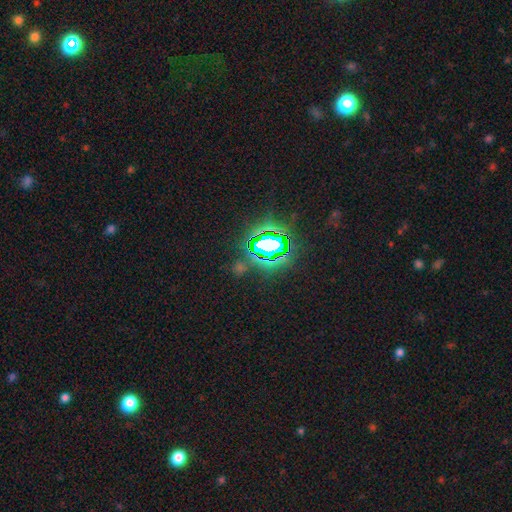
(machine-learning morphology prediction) A star or artifact, not a galaxy (79%).

Vote fractions:
- Smooth or featured? star or artifact: 79% / smooth: 14% / featured or disk: 6%